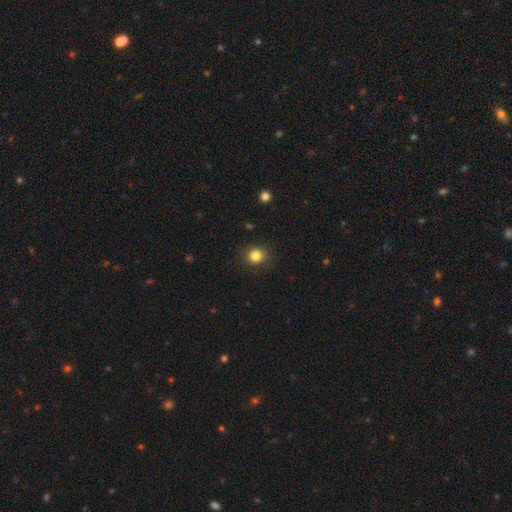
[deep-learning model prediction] Overall: smooth (84%). How rounded: round (82%). Merging: none (87%).